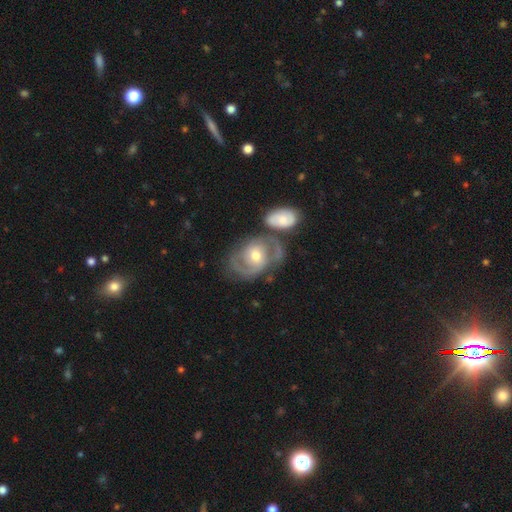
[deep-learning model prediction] smooth-or-featured: featured or disk: 78% | smooth: 16% | star or artifact: 6%
  disk-edge-on: no: 96% | yes: 4%
    bar: no: 63% | weak: 29% | strong: 8%
    has-spiral-arms: yes: 86% | no: 14%
      spiral-winding: medium: 46% | tight: 37% | loose: 17%
      spiral-arm-count: 2: 74% | can't tell: 13% | 1: 5% | 3: 4% | 4: 2% | more than 4: 2%
    bulge-size: moderate: 67% | small: 25% | large: 6% | none: 1% | dominant: 1%
  merging: none: 49% | minor disturbance: 19% | merger: 18% | major disturbance: 14%